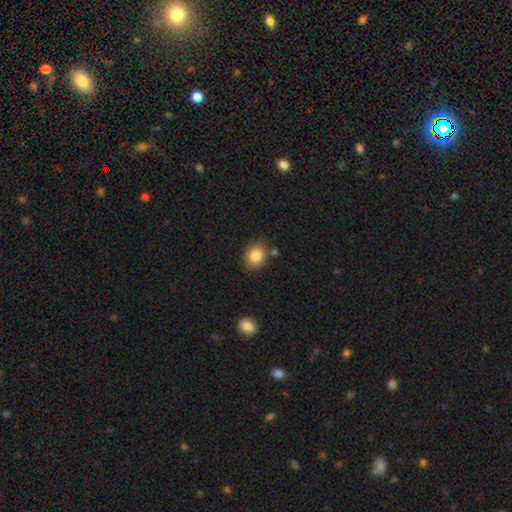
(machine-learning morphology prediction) Smooth or featured? Predicted: smooth (p=0.84). How rounded? Predicted: in between (p=0.50). Merging? Predicted: none (p=0.77).